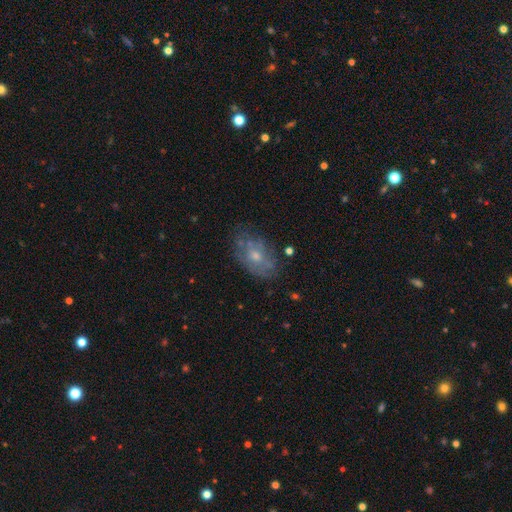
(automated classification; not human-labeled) This is possibly a featured or disk galaxy (51%). It is clearly not viewed edge-on (93%). Merging: likely none (64%).